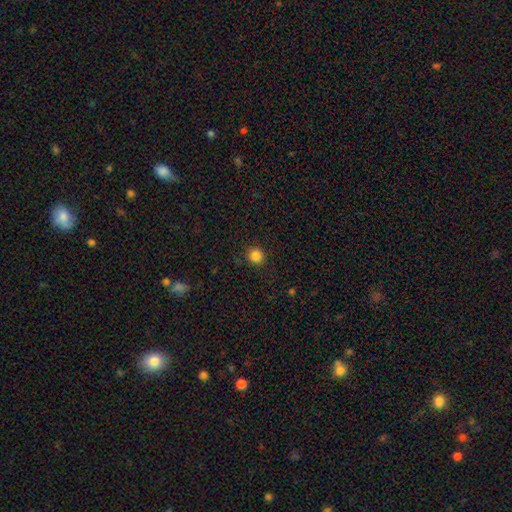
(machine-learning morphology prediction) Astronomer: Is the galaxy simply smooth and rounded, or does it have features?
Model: smooth — 85%.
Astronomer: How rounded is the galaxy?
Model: round — 92%.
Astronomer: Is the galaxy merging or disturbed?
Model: none — 90%.